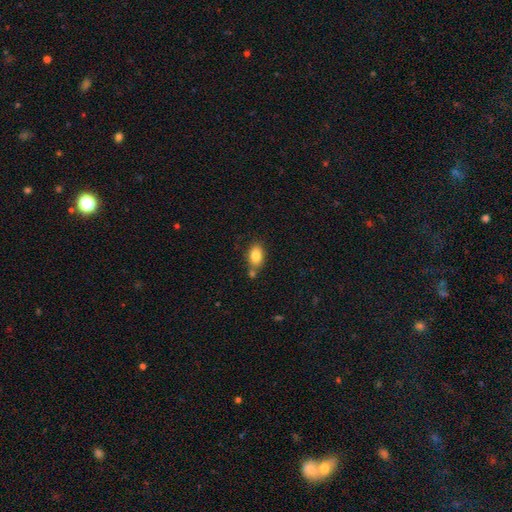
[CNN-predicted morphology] Smooth or featured? smooth (82%)
How rounded? in between (87%)
Merging? none (67%)